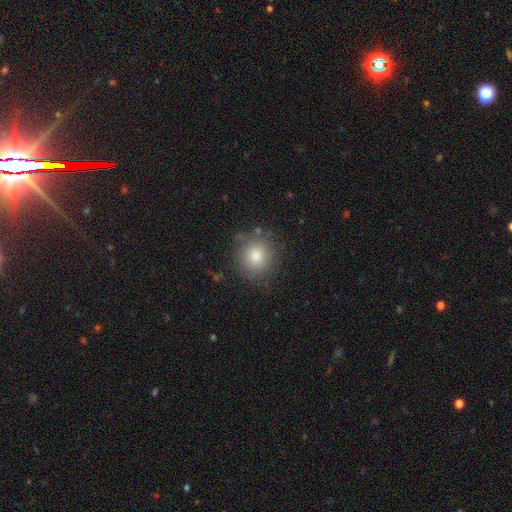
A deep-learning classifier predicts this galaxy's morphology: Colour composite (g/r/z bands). It shows a smooth galaxy with no disk features (80%) that is round (87%). Merging: none (81%).